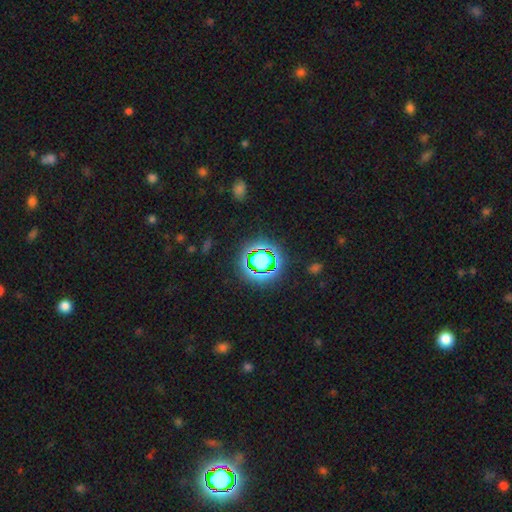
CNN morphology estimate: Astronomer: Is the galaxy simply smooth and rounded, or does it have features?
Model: star or artifact — 76%.